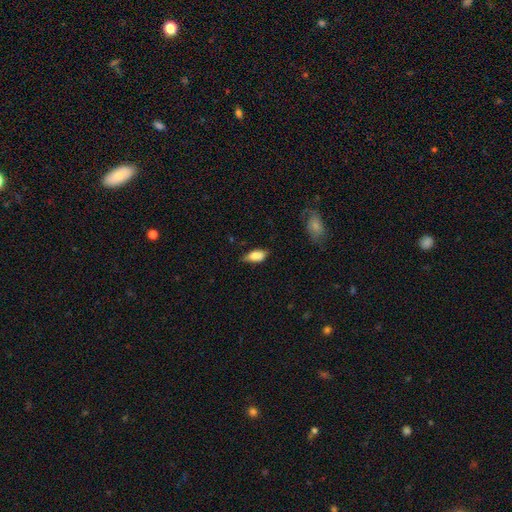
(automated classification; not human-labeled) smooth 79%, featured or disk 14%, star or artifact 7%. Down the decision tree: how rounded — in between (88%); merging — none (58%).